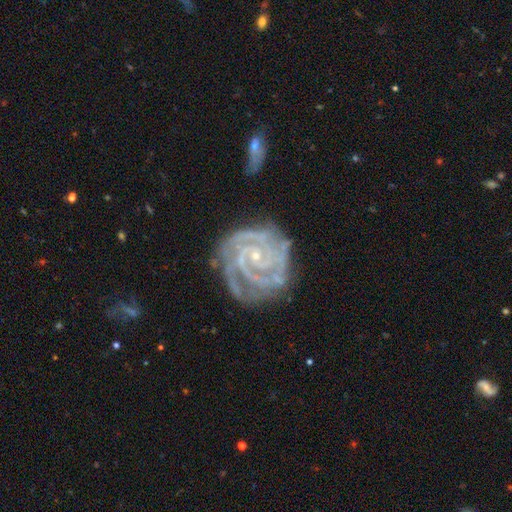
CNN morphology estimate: Smooth or featured? Predicted: featured or disk (p=0.92). Edge-on disk? Predicted: no (p=0.98). Bar? Predicted: no (p=0.62). Spiral arms? Predicted: yes (p=0.99). Spiral winding? Predicted: tight (p=0.80). Spiral arm count? Predicted: 3 (p=0.36). Bulge size? Predicted: small (p=0.83). Merging? Predicted: none (p=0.66).